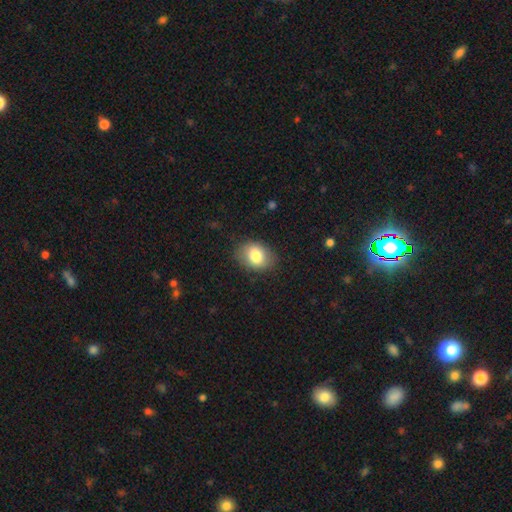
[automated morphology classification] smooth_or_featured: smooth (p=0.82) [alt: featured or disk p=0.11]
how_rounded: in between (p=0.69) [alt: round p=0.29]
merging: none (p=0.83) [alt: minor disturbance p=0.13]